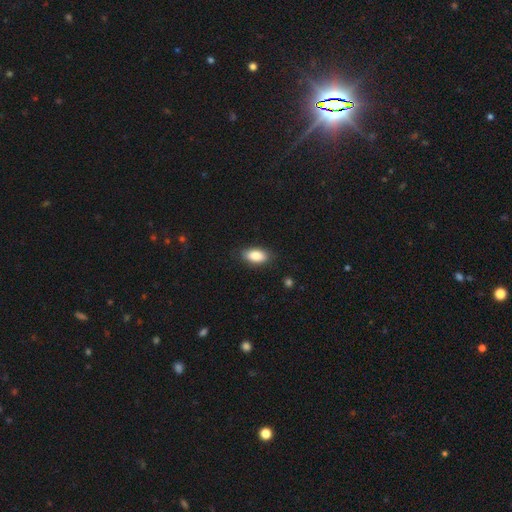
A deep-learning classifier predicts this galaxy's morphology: This appears to be a smooth galaxy with no disk features (86%) that is in between round and cigar-shaped (91%). Merging: none (85%).